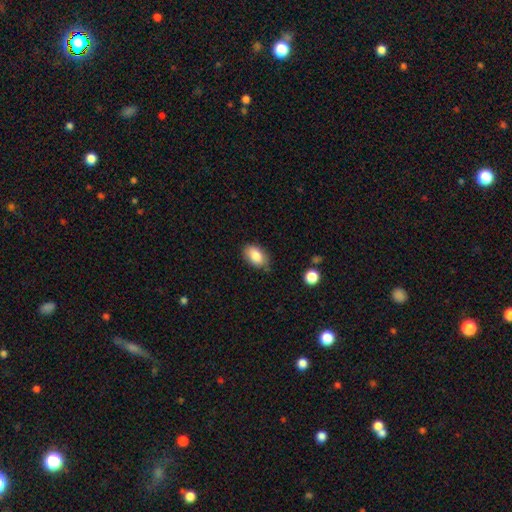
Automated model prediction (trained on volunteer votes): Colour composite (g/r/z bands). It shows a smooth galaxy with no disk features (85%) that is in between round and cigar-shaped (90%). Merging: none (76%).